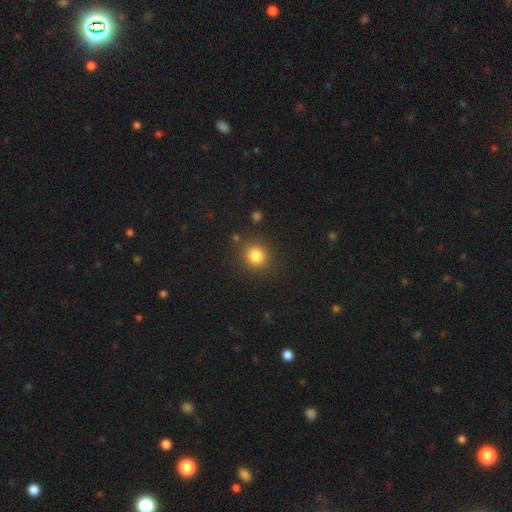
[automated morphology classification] Smooth or featured? Predicted: smooth (p=0.82). How rounded? Predicted: round (p=0.82). Merging? Predicted: none (p=0.85).